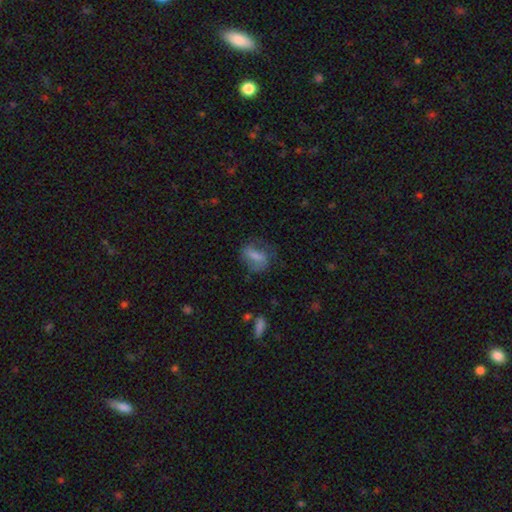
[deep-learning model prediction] smooth 57%, featured or disk 32%, star or artifact 11%. Down the decision tree: how rounded — in between (68%); merging — none (60%).